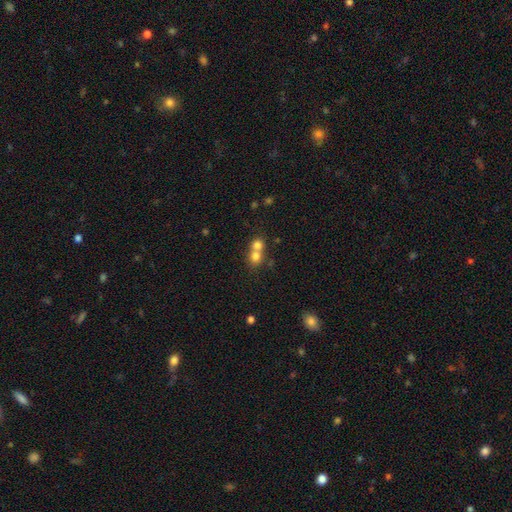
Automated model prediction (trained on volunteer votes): Morphology: type=smooth (76%); roundness=round (78%); merging=merger (62%).